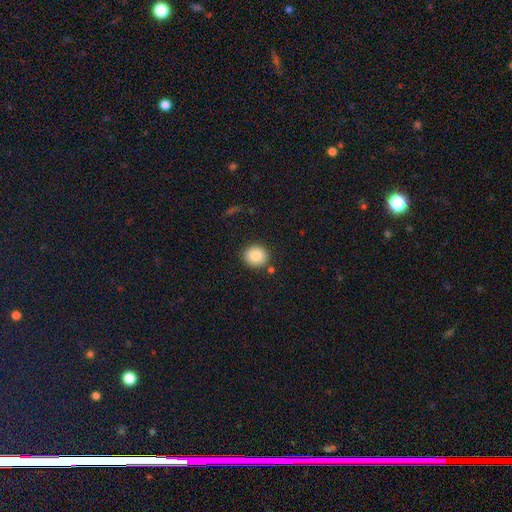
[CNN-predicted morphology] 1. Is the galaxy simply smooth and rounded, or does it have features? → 84% smooth, 9% star or artifact, 8% featured or disk.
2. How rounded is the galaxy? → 87% round, 12% in between, 1% cigar-shaped.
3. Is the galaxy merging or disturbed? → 87% none, 8% minor disturbance, 4% merger, 2% major disturbance.